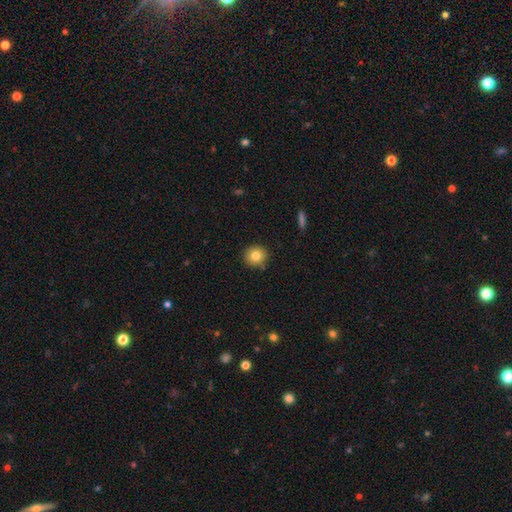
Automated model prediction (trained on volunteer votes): Overall: smooth (81%). How rounded: round (91%). Merging: none (89%).